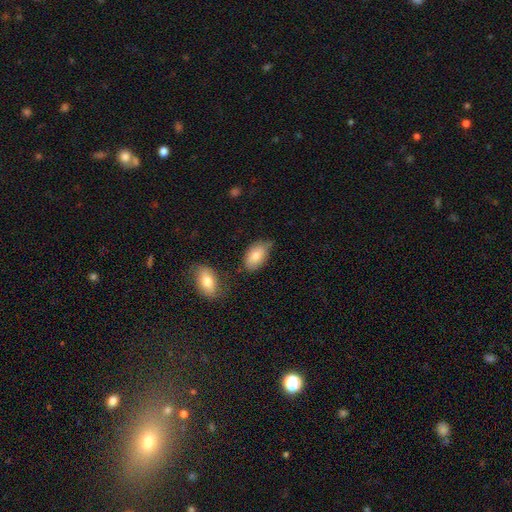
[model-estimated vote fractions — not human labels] A smooth galaxy with no disk features (80%) that is in between round and cigar-shaped (92%).

Vote fractions:
- Smooth or featured? smooth: 80% / featured or disk: 13% / star or artifact: 7%
- How rounded? in between: 92% / round: 6% / cigar-shaped: 2%
- Merging? none: 57% / minor disturbance: 29% / merger: 8% / major disturbance: 6%